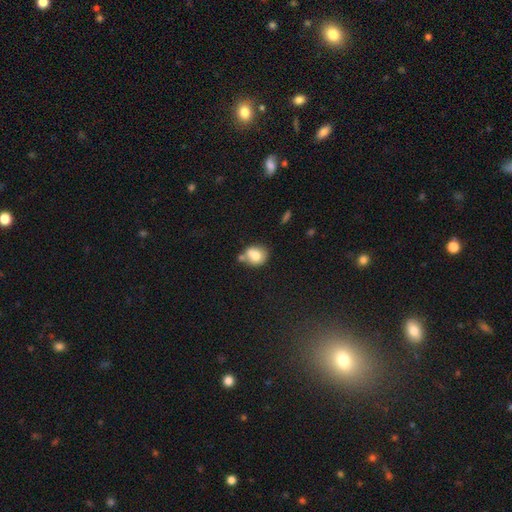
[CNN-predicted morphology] Smooth or featured? smooth (72%)
How rounded? round (70%)
Merging? none (45%)